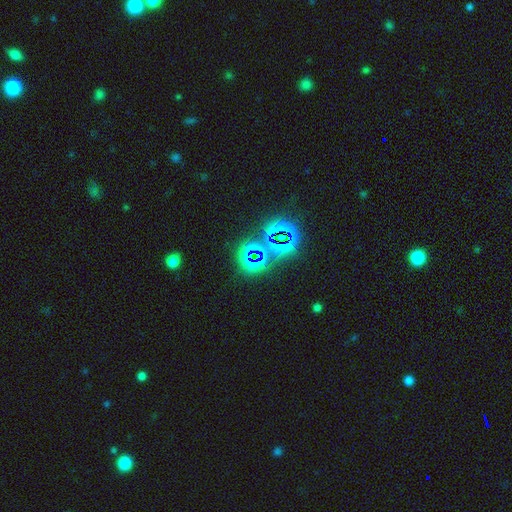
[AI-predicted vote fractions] Smooth or featured? Predicted: star or artifact (p=0.77).